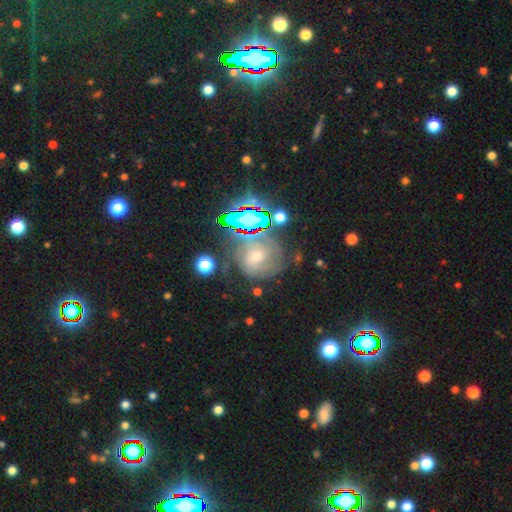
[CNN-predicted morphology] Smooth or featured?
  - featured or disk: 53% *
  - star or artifact: 29%
  - smooth: 18%
Edge-on disk?
  - no: 95% *
  - yes: 5%
Bar?
  - no: 51% *
  - weak: 35%
  - strong: 14%
Spiral arms?
  - yes: 85% *
  - no: 15%
Bulge size?
  - small: 52% *
  - moderate: 40%
  - large: 4%
  - none: 3%
  - dominant: 2%
Merging?
  - none: 60% *
  - minor disturbance: 20%
  - major disturbance: 13%
  - merger: 7%